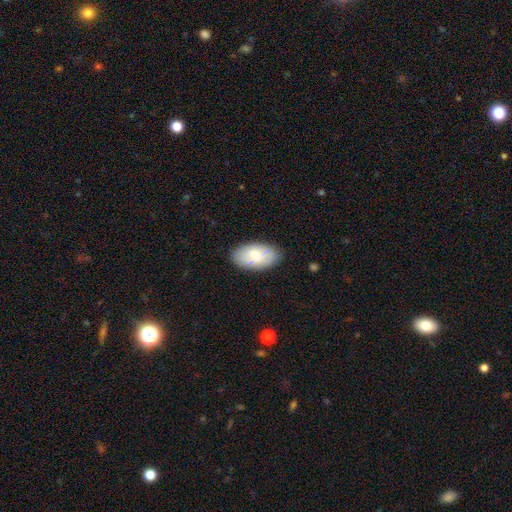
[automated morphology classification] Q: Smooth or featured?
A: smooth (73%); runner-up: featured or disk (20%)
Q: How rounded?
A: in between (95%); runner-up: round (3%)
Q: Merging?
A: none (84%); runner-up: minor disturbance (12%)